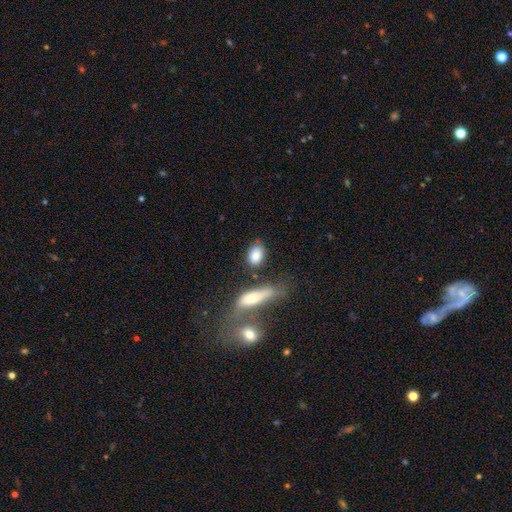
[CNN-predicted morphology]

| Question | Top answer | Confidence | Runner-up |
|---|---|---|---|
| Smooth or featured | smooth | 84% | featured or disk (9%) |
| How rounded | in between | 82% | round (15%) |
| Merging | none | 66% | minor disturbance (14%) |